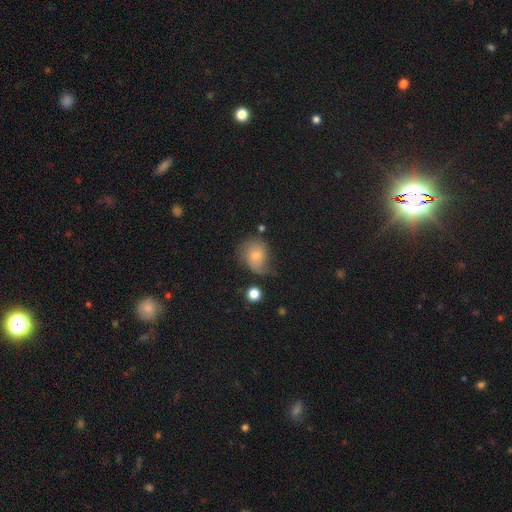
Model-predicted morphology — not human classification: smooth 53%, featured or disk 37%, star or artifact 10%. Down the decision tree: how rounded — round (50%); merging — none (43%).